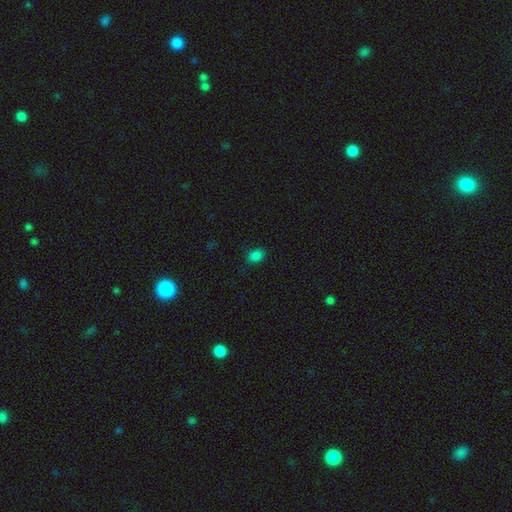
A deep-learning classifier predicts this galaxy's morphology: Overall: smooth (82%). How rounded: in between (69%; round 30%). Merging: none (82%).